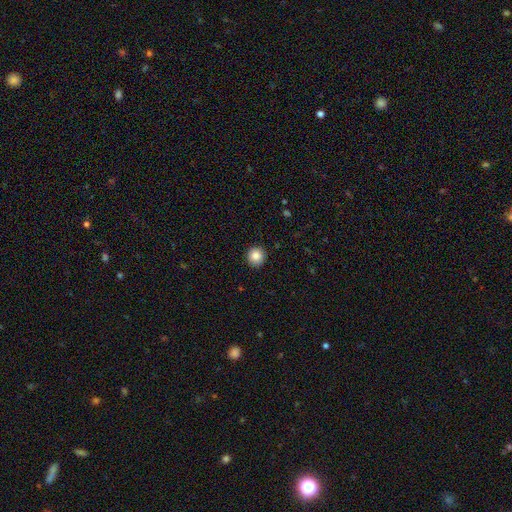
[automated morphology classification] Overall: smooth (86%). How rounded: round (94%). Merging: none (92%).